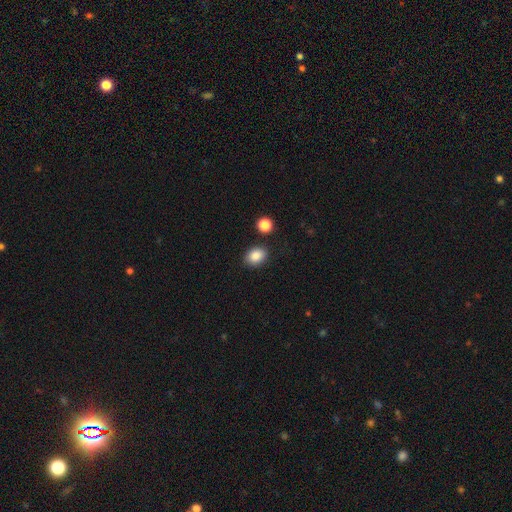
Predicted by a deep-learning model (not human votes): smooth_or_featured: smooth (p=0.87) [alt: star or artifact p=0.09]
how_rounded: in between (p=0.71) [alt: round p=0.28]
merging: none (p=0.83) [alt: minor disturbance p=0.10]